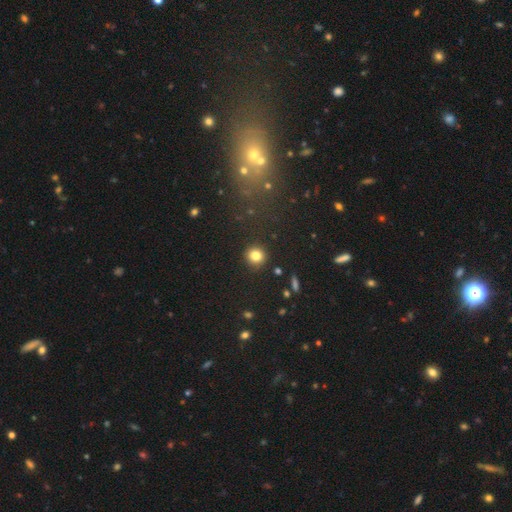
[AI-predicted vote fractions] This appears to be a smooth galaxy with no disk features (82%) that is round (90%). Merging: none (90%).